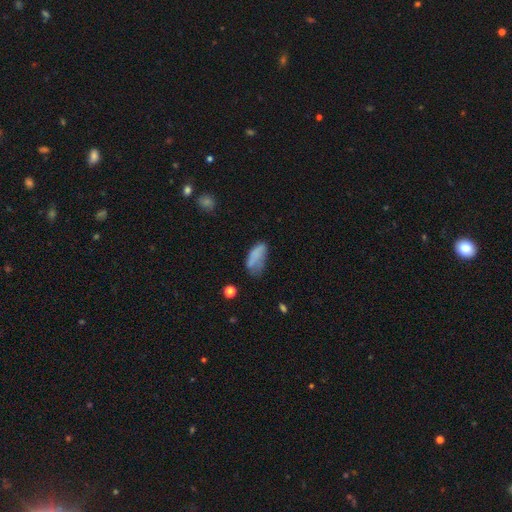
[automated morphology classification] A smooth galaxy with no disk features (73%) that is in between round and cigar-shaped (84%). Merging: minor disturbance (34%, tied with none).